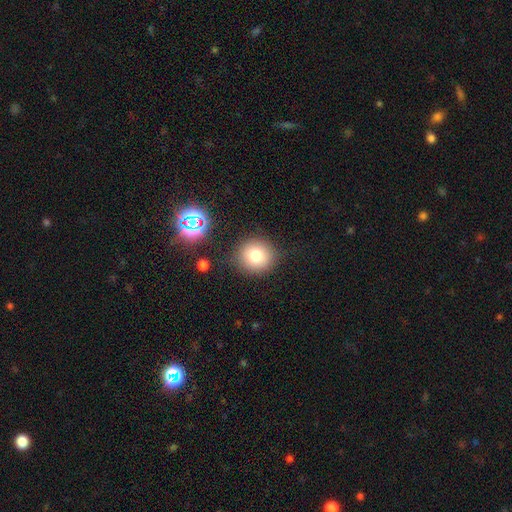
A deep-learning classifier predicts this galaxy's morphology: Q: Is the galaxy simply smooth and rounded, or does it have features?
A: smooth — 77%.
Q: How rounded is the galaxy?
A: round — 90%.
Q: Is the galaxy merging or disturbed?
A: none — 85%.